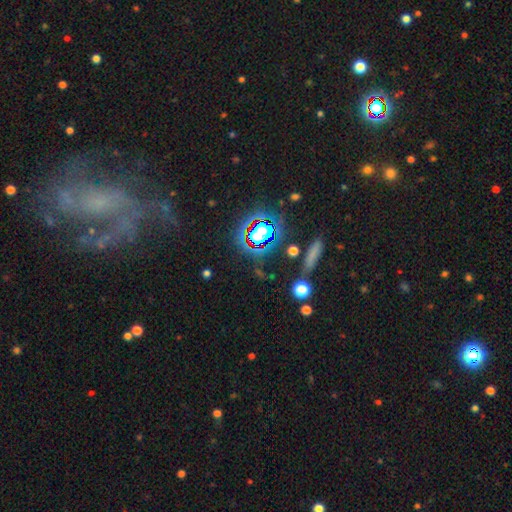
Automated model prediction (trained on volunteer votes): Smooth or featured?
  - featured or disk: 42% *
  - star or artifact: 41%
  - smooth: 16%
Merging?
  - none: 62% *
  - minor disturbance: 15%
  - major disturbance: 15%
  - merger: 9%